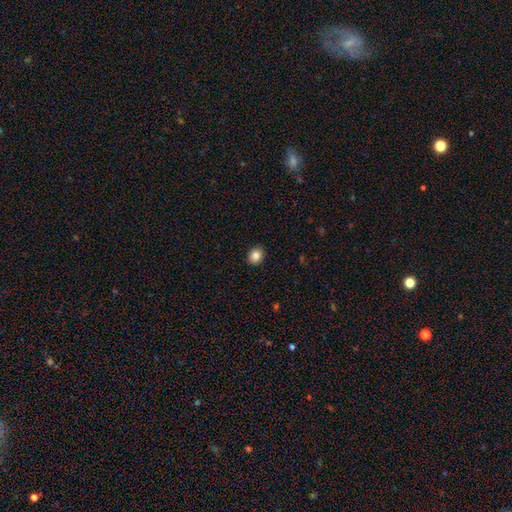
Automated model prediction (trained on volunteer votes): Q: Smooth or featured?
A: smooth (84%); runner-up: star or artifact (10%)
Q: How rounded?
A: round (73%); runner-up: in between (26%)
Q: Merging?
A: none (92%); runner-up: minor disturbance (6%)